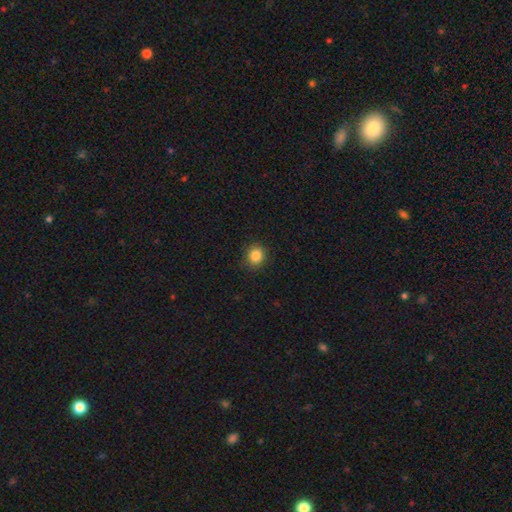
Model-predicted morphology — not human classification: Smooth or featured?
  - smooth: 85% *
  - star or artifact: 11%
  - featured or disk: 4%
How rounded?
  - round: 80% *
  - in between: 19%
  - cigar-shaped: 1%
Merging?
  - none: 89% *
  - minor disturbance: 8%
  - major disturbance: 2%
  - merger: 1%